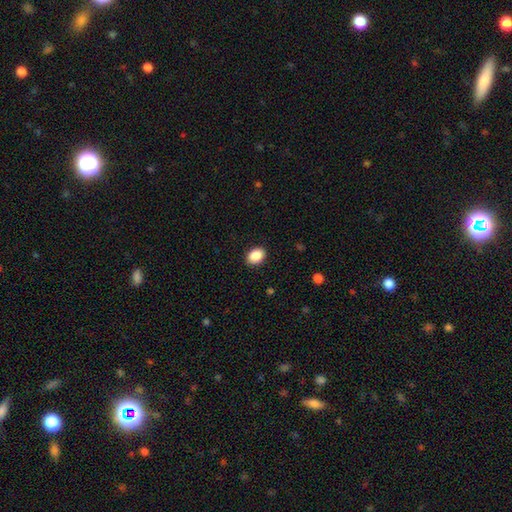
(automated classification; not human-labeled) smooth-or-featured: smooth: 89% | star or artifact: 8% | featured or disk: 3%
  how-rounded: in between: 72% | round: 27% | cigar-shaped: 1%
  merging: none: 90% | minor disturbance: 7% | major disturbance: 2% | merger: 1%